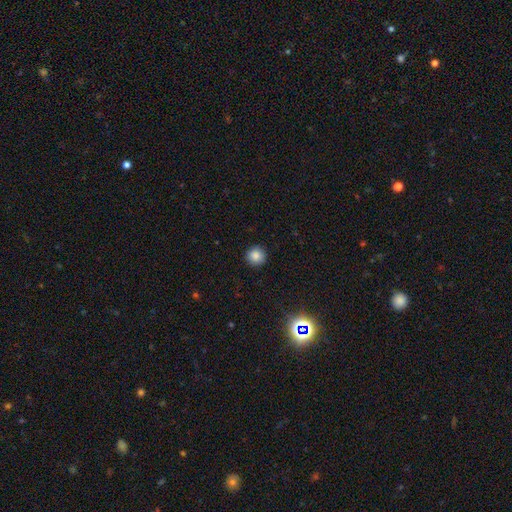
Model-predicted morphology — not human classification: smooth_or_featured: smooth (p=0.83) [alt: star or artifact p=0.12]
how_rounded: round (p=0.94) [alt: in between p=0.05]
merging: none (p=0.91) [alt: minor disturbance p=0.06]